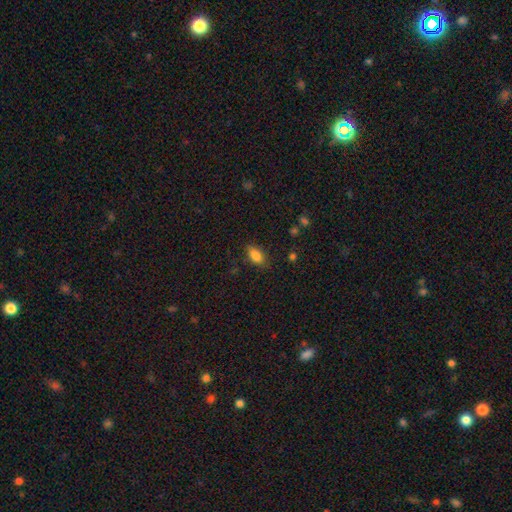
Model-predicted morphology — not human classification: smooth 85%, star or artifact 9%, featured or disk 6%. Down the decision tree: how rounded — in between (89%); merging — none (80%).